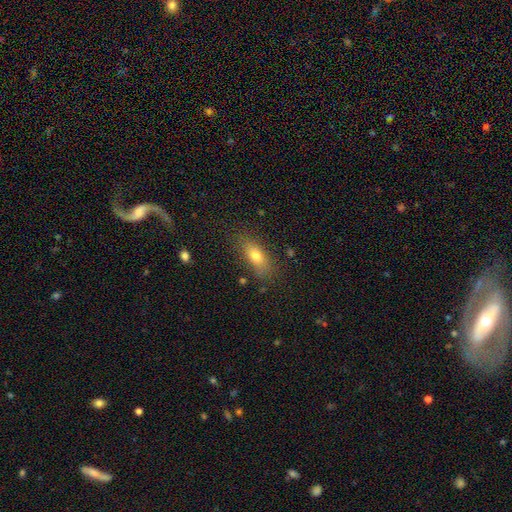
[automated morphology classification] The model was most divided on "how rounded": in between: 75%, cigar-shaped: 20%, round: 6%. More confident: merging — none (79%); smooth or featured — smooth (74%).